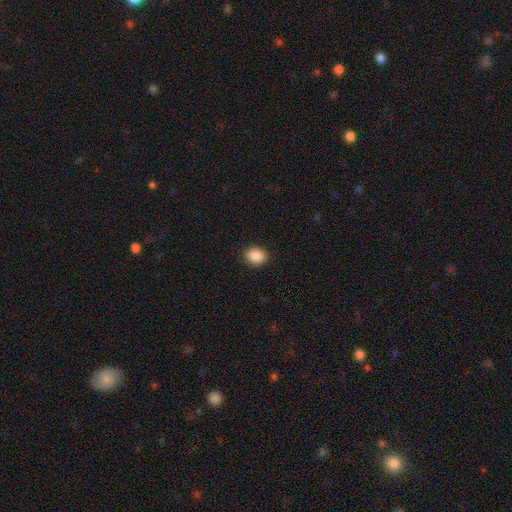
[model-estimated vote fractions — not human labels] Smooth or featured? smooth (89%)
How rounded? round (61%)
Merging? none (91%)